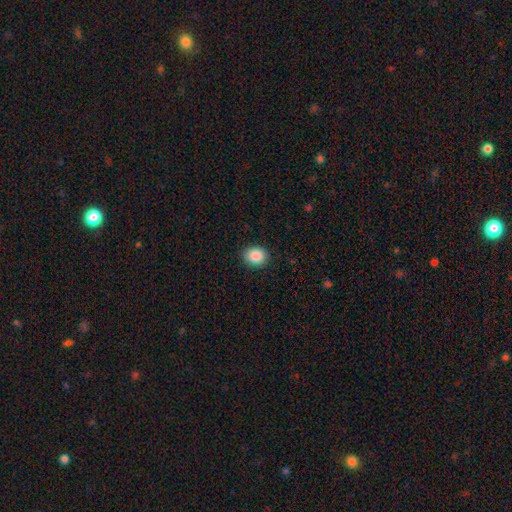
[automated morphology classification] Smooth or featured? smooth (88%)
How rounded? round (56%)
Merging? none (89%)